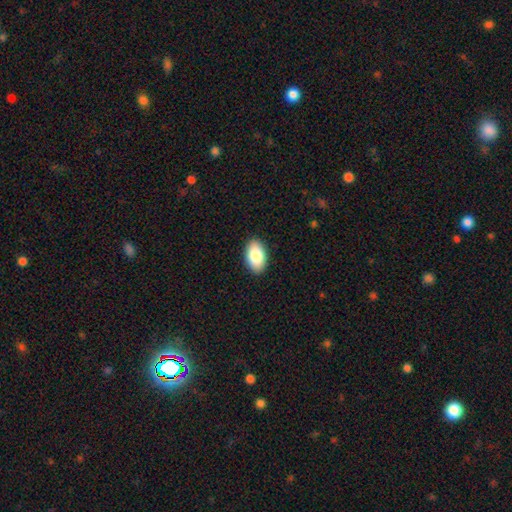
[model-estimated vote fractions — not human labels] Morphology: type=smooth (86%); roundness=in between (94%); merging=none (90%).